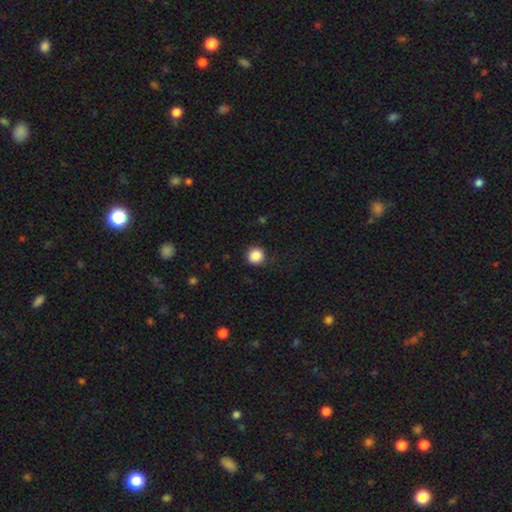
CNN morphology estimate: Smooth or featured?
  - smooth: 88% *
  - star or artifact: 10%
  - featured or disk: 3%
How rounded?
  - round: 92% *
  - in between: 7%
  - cigar-shaped: 1%
Merging?
  - none: 87% *
  - minor disturbance: 9%
  - major disturbance: 3%
  - merger: 1%